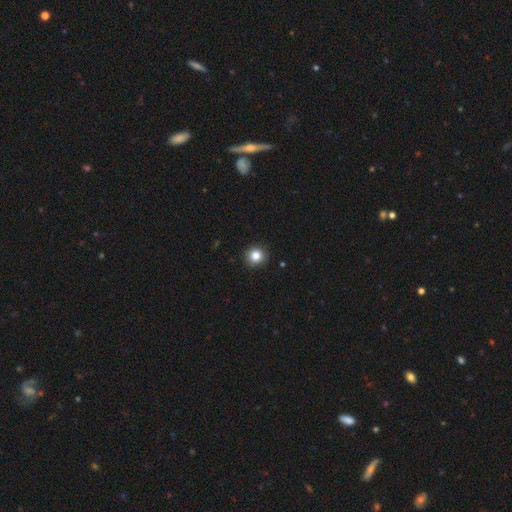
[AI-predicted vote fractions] Morphology: type=smooth (84%); roundness=round (89%); merging=none (91%).